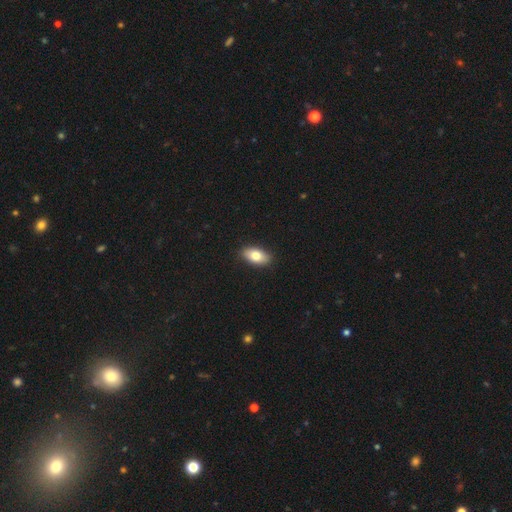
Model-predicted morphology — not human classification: type=smooth (79%); roundness=in between (91%); merging=none (90%).